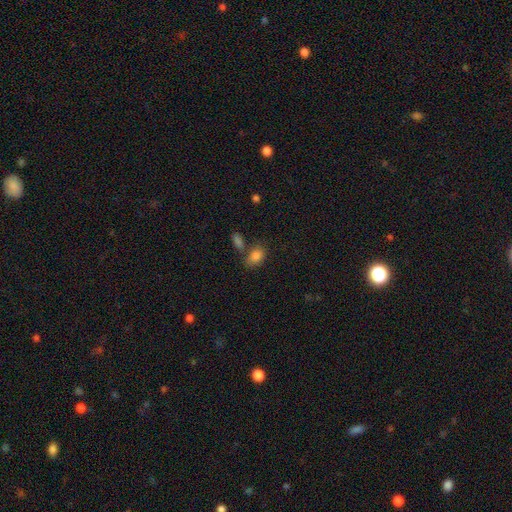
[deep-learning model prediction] smooth 84%, star or artifact 9%, featured or disk 7%. Down the decision tree: how rounded — in between (81%); merging — none (57%).